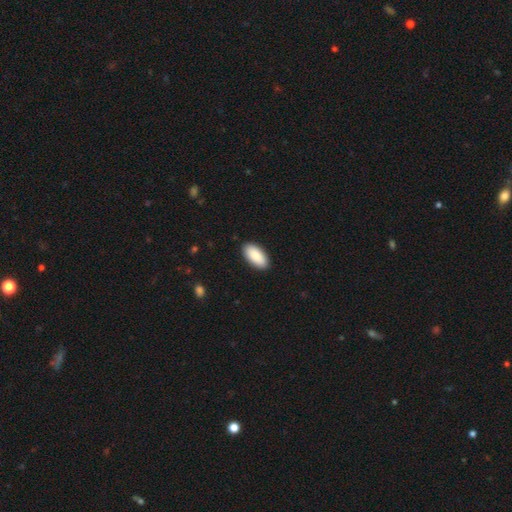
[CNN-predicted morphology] Smooth or featured?
  - smooth: 90% *
  - star or artifact: 6%
  - featured or disk: 5%
How rounded?
  - in between: 93% *
  - cigar-shaped: 5%
  - round: 2%
Merging?
  - none: 90% *
  - minor disturbance: 8%
  - major disturbance: 2%
  - merger: 1%